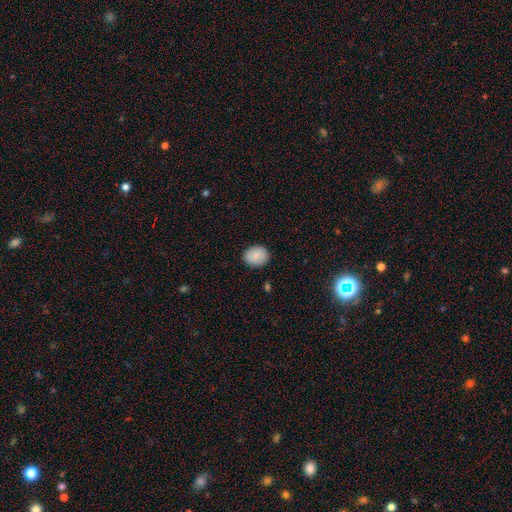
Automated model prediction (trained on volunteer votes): Smooth or featured? smooth (88%)
How rounded? round (50%)
Merging? none (88%)